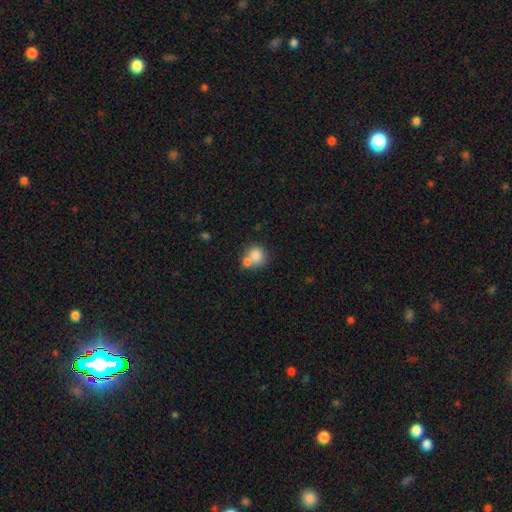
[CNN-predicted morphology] The model was most divided on "merging": none: 44%, merger: 43%, minor disturbance: 10%, major disturbance: 4%. More confident: how rounded — round (81%); smooth or featured — smooth (80%).